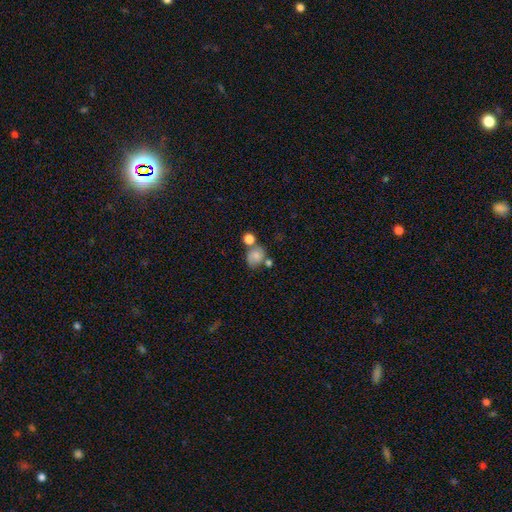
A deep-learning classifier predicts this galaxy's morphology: This is likely a smooth galaxy (68%). How rounded: likely round (63%). Merging: marginally none (41%).